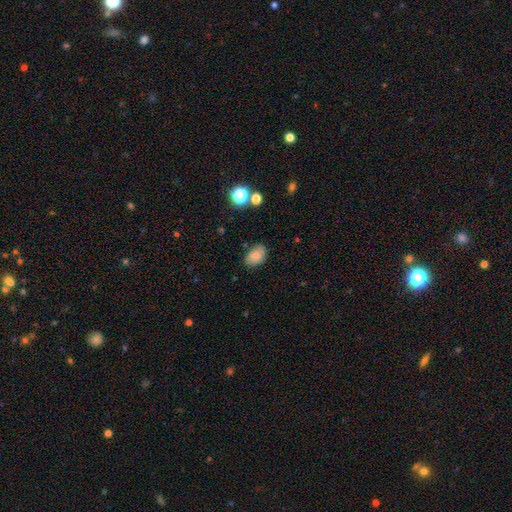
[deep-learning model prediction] smooth-or-featured: smooth: 80% | featured or disk: 10% | star or artifact: 10%
  how-rounded: in between: 85% | round: 13% | cigar-shaped: 1%
  merging: none: 74% | minor disturbance: 20% | major disturbance: 4% | merger: 2%